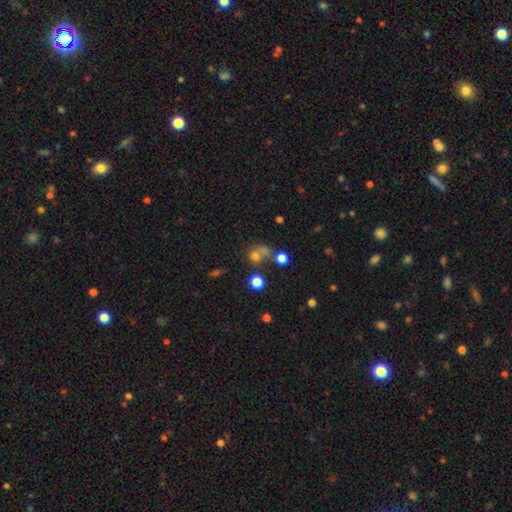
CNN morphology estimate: smooth-or-featured: smooth: 67% | star or artifact: 21% | featured or disk: 12%
  how-rounded: round: 77% | in between: 22% | cigar-shaped: 1%
  merging: none: 44% | merger: 35% | minor disturbance: 11% | major disturbance: 9%